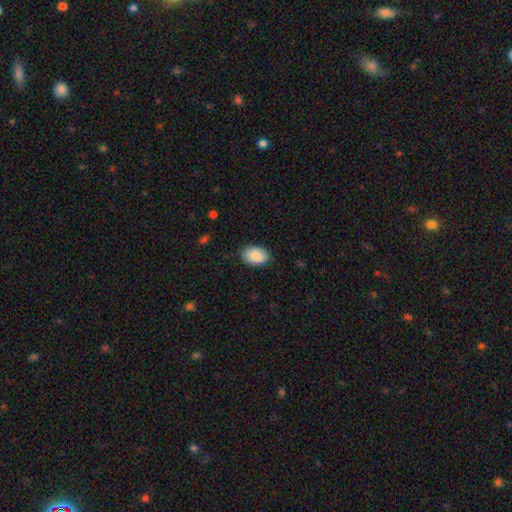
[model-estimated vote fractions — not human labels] Smooth or featured: smooth — 89% (star or artifact — 6%)
How rounded: in between — 88% (round — 11%)
Merging: none — 83% (minor disturbance — 13%)